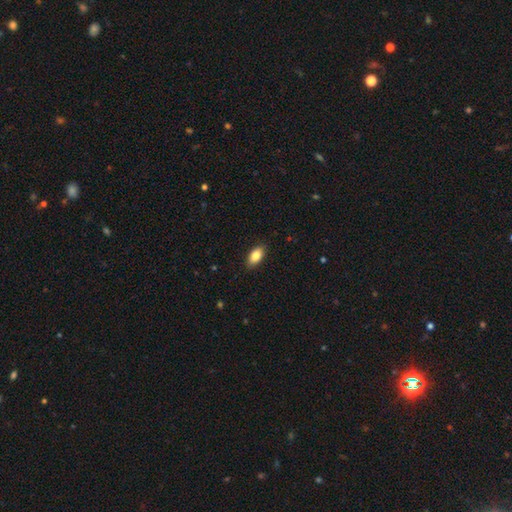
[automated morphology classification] smooth_or_featured: smooth (p=0.83) [alt: featured or disk p=0.09]
how_rounded: in between (p=0.91) [alt: cigar-shaped p=0.05]
merging: none (p=0.89) [alt: minor disturbance p=0.09]